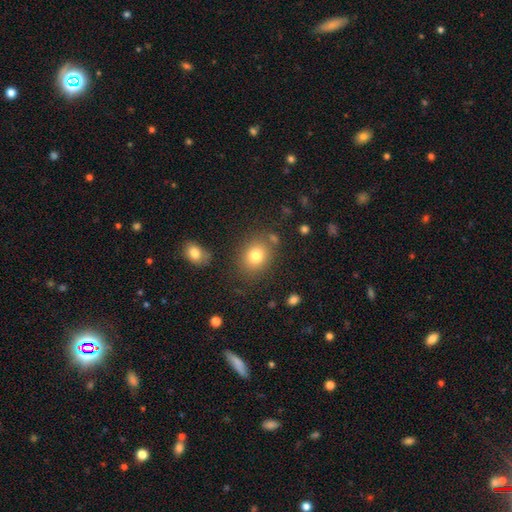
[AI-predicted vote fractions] Q: Smooth or featured?
A: smooth (79%); runner-up: star or artifact (11%)
Q: How rounded?
A: round (55%); runner-up: in between (44%)
Q: Merging?
A: none (78%); runner-up: minor disturbance (11%)